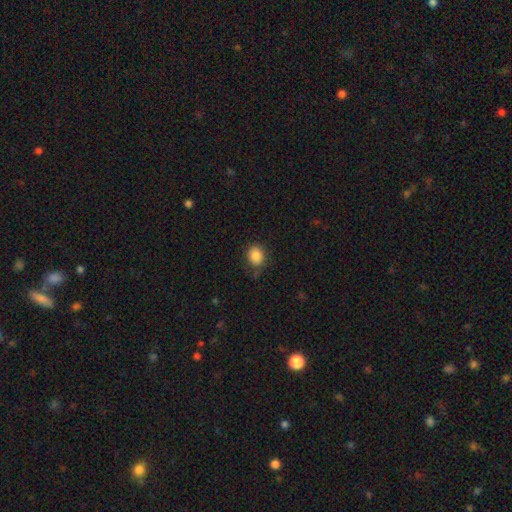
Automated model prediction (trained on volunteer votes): This is clearly a smooth galaxy (86%). How rounded: likely round (63%). Merging: clearly none (81%).